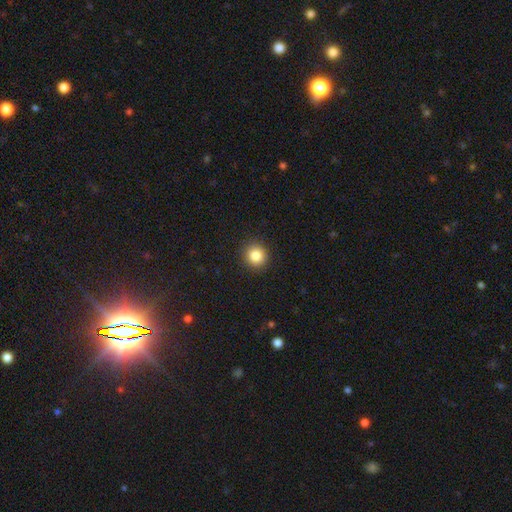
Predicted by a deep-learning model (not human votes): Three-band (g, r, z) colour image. It shows a smooth galaxy with no disk features (85%) that is round (92%). Merging: none (92%).